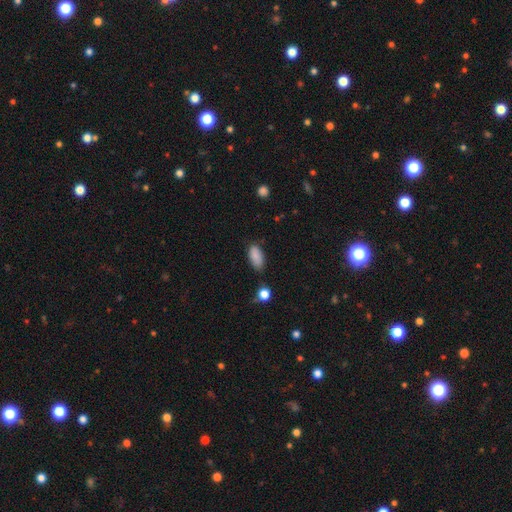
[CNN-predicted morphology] Overall: smooth (87%). How rounded: in between (89%). Merging: none (72%).